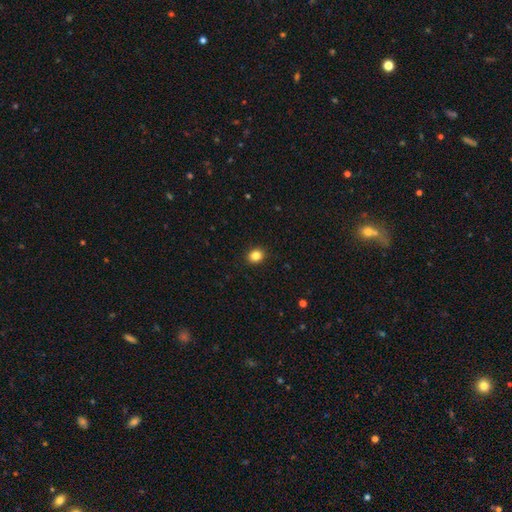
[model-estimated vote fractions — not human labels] Morphology: type=smooth (84%); roundness=round (69%); merging=none (91%).